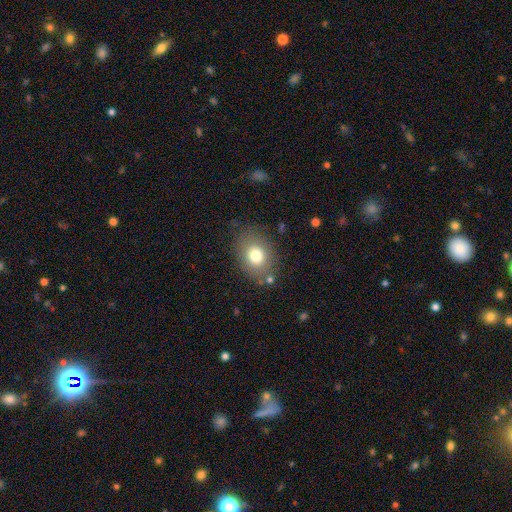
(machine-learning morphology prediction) Smooth or featured? Predicted: smooth (p=0.75). How rounded? Predicted: in between (p=0.56). Merging? Predicted: none (p=0.78).